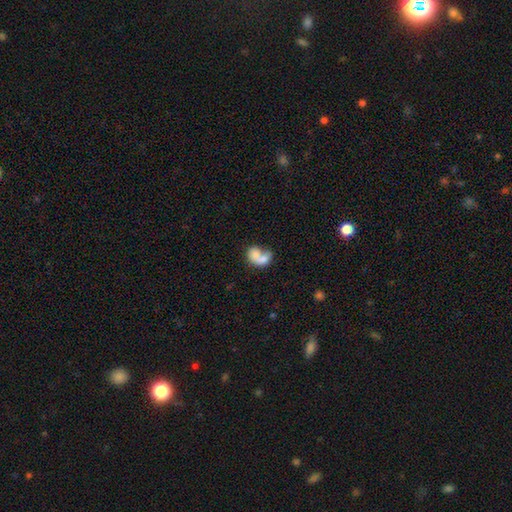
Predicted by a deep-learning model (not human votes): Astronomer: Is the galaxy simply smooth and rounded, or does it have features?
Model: smooth — 65%.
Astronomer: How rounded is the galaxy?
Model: in between — 64%.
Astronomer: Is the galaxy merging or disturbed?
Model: merger — 67%.